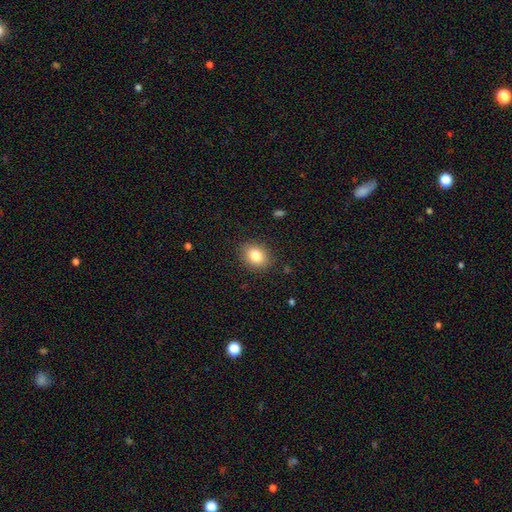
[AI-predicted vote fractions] This appears to be a smooth galaxy with no disk features (82%) that is in between round and cigar-shaped (64%). Merging: none (87%).